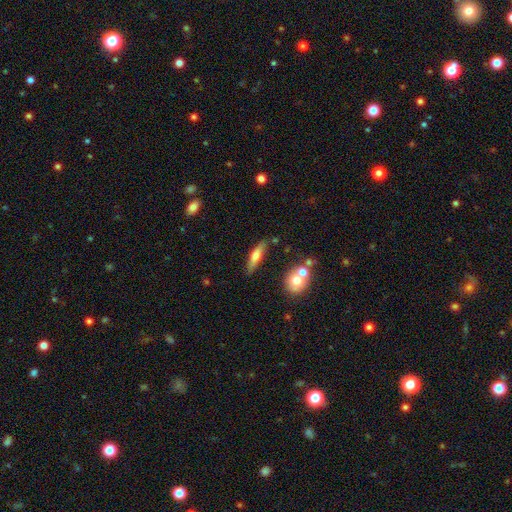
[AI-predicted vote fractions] Smooth or featured: smooth — 59% (featured or disk — 34%)
How rounded: cigar-shaped — 70% (in between — 27%)
Merging: none — 78% (minor disturbance — 13%)